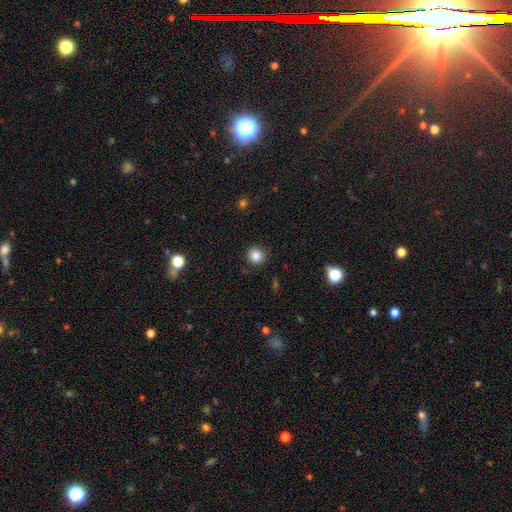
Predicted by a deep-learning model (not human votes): Smooth or featured? Predicted: smooth (p=0.84). How rounded? Predicted: round (p=0.92). Merging? Predicted: none (p=0.90).